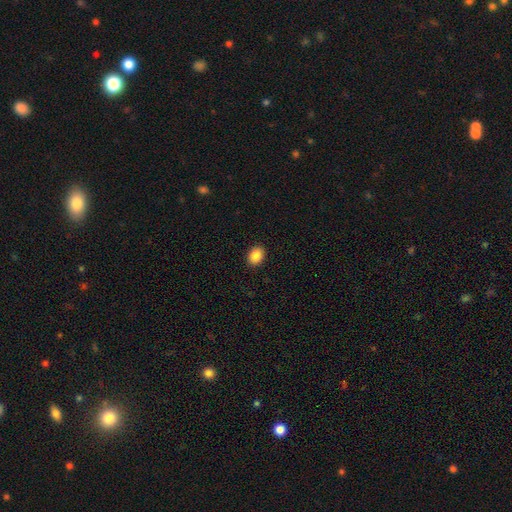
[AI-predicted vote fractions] Smooth or featured? Predicted: smooth (p=0.87). How rounded? Predicted: in between (p=0.60). Merging? Predicted: none (p=0.91).